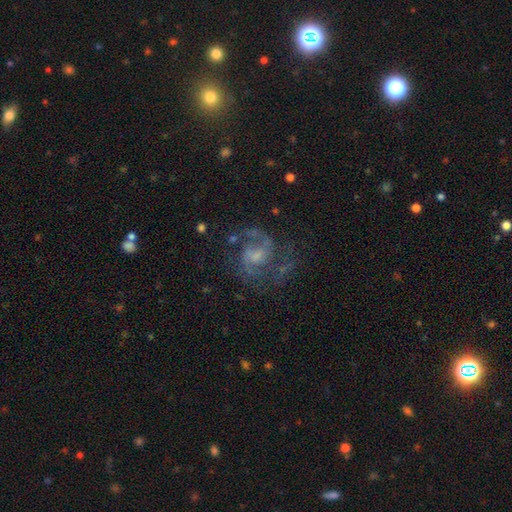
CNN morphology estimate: type=featured or disk (83%); edge-on=no (98%); bar=no (49%); spiral arms=yes (93%); winding=medium (57%); arm count=2 (74%); bulge=small (44%); merging=none (61%).